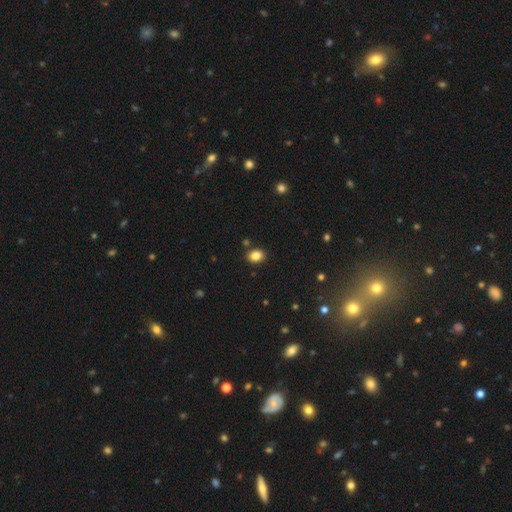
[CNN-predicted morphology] Smooth or featured?
  - smooth: 85% *
  - star or artifact: 10%
  - featured or disk: 5%
How rounded?
  - in between: 54% *
  - round: 45%
  - cigar-shaped: 1%
Merging?
  - none: 85% *
  - minor disturbance: 9%
  - merger: 4%
  - major disturbance: 2%